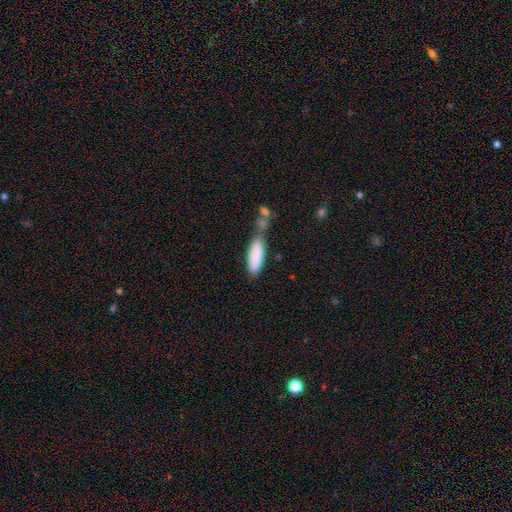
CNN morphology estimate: Smooth or featured?
  - smooth: 86% *
  - featured or disk: 7%
  - star or artifact: 6%
How rounded?
  - in between: 56% *
  - cigar-shaped: 42%
  - round: 2%
Merging?
  - none: 50% *
  - minor disturbance: 24%
  - merger: 18%
  - major disturbance: 8%